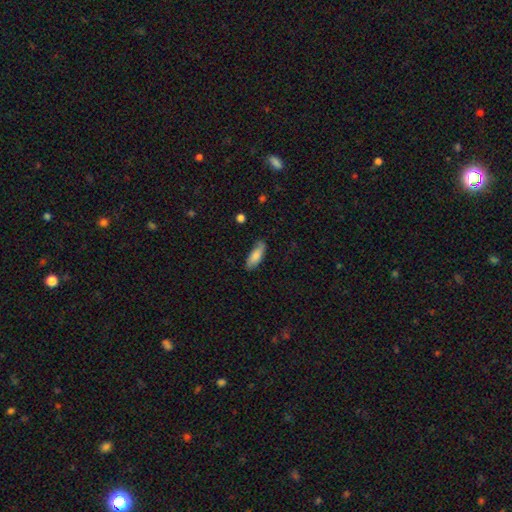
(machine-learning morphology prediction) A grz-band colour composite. It shows a smooth galaxy with no disk features (79%) that is in between round and cigar-shaped (67%). Merging: none (76%).